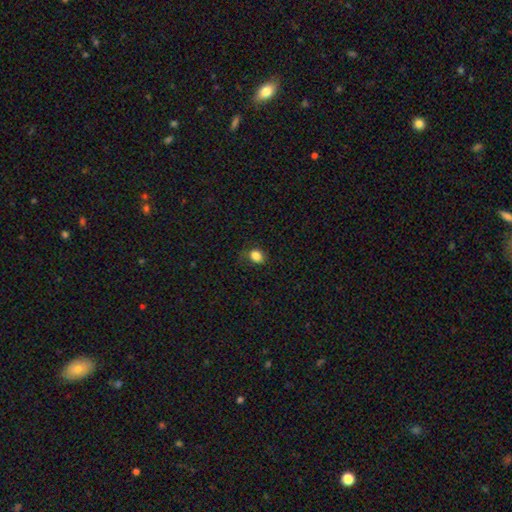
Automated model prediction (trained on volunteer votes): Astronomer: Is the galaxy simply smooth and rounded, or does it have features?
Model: smooth — 84%.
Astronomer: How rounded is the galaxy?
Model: round — 59% (runner-up: in between, 40%).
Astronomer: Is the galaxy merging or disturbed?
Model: none — 72%.